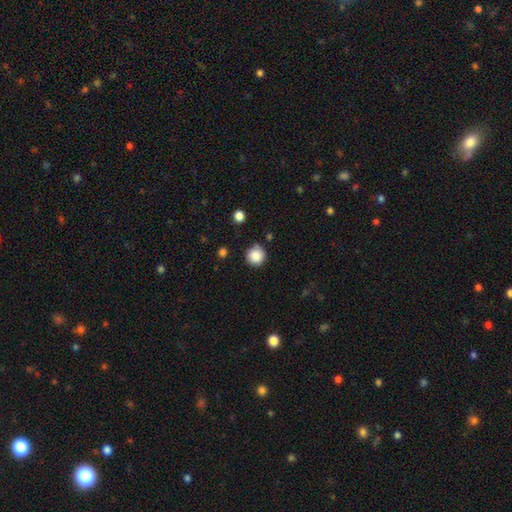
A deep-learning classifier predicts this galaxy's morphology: Q: Smooth or featured?
A: smooth (87%); runner-up: star or artifact (10%)
Q: How rounded?
A: round (94%); runner-up: in between (5%)
Q: Merging?
A: none (79%); runner-up: minor disturbance (14%)